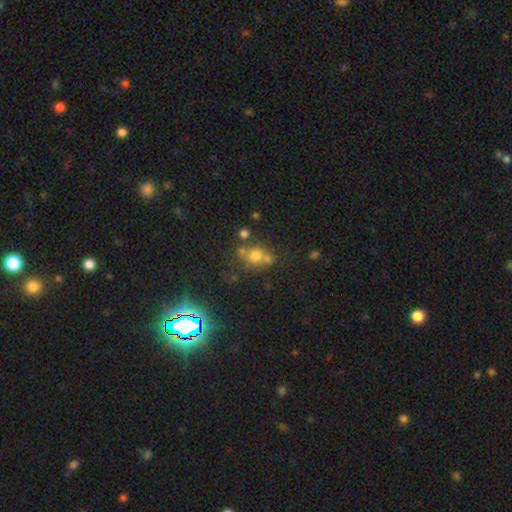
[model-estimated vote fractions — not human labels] This is likely a smooth galaxy (64%). How rounded: clearly round (83%). Merging: possibly none (51%).